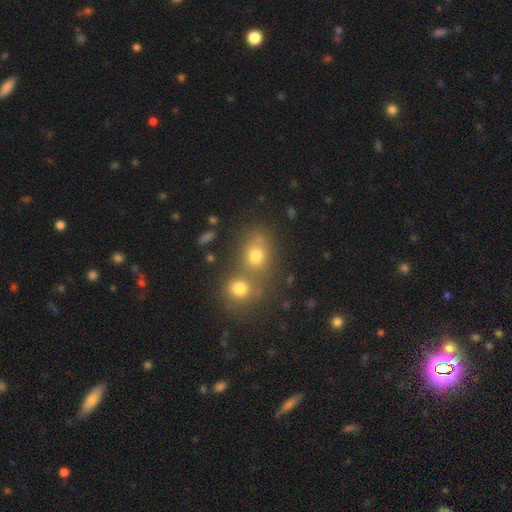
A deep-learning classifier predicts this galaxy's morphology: Overall: smooth (72%). How rounded: round (59%; in between 39%). Merging: merger (45%; none 41%).